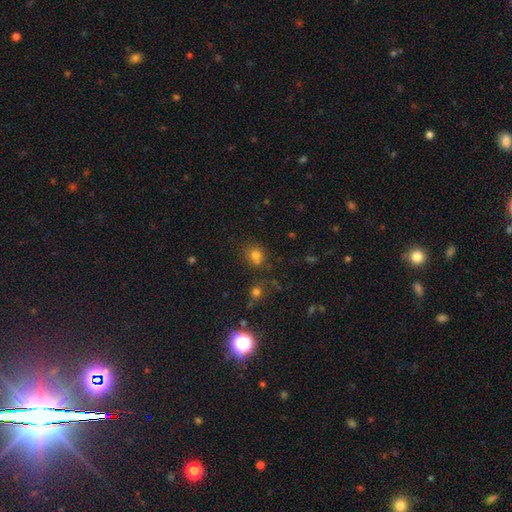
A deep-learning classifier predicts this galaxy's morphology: smooth 72%, star or artifact 19%, featured or disk 9%. Down the decision tree: how rounded — round (72%); merging — none (64%).